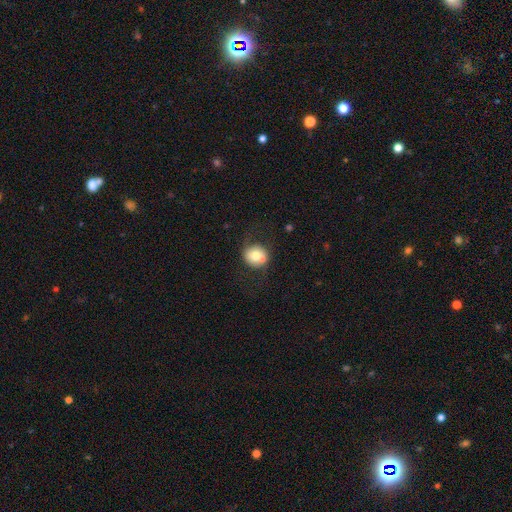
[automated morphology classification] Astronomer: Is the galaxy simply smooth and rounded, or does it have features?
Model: smooth — 67%.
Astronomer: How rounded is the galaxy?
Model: round — 84%.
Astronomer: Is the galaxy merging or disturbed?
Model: none — 63%.